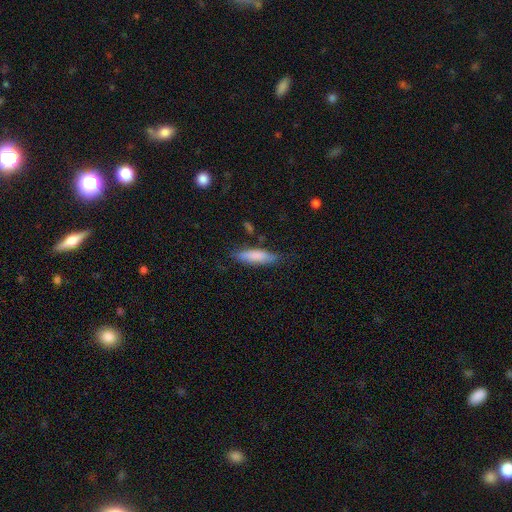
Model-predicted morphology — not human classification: Q: Smooth or featured?
A: smooth (81%); runner-up: featured or disk (13%)
Q: How rounded?
A: cigar-shaped (62%); runner-up: in between (37%)
Q: Merging?
A: none (74%); runner-up: minor disturbance (19%)